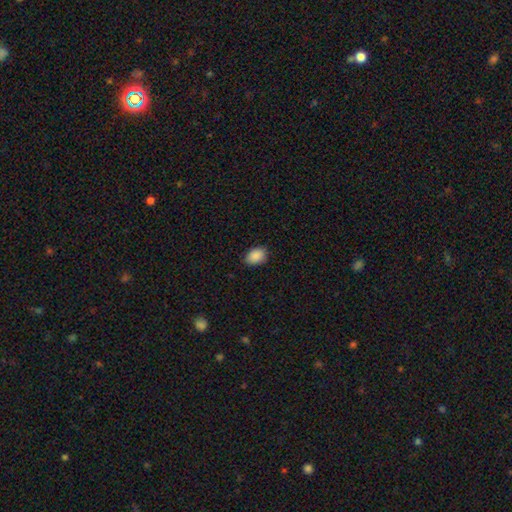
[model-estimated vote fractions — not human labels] This appears to be a smooth galaxy with no disk features (89%) that is in between round and cigar-shaped (75%). Merging: none (81%).